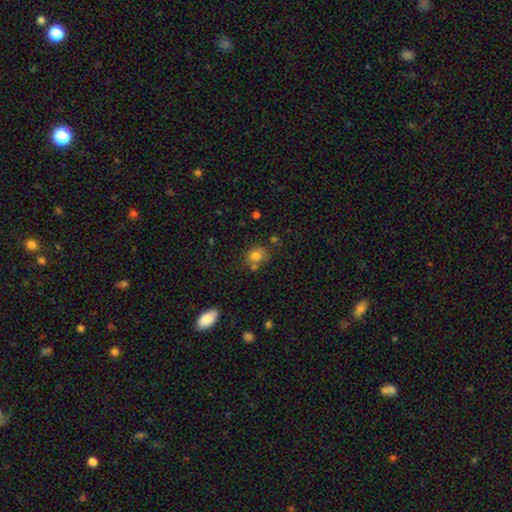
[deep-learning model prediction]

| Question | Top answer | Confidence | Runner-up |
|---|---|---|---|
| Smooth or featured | smooth | 79% | star or artifact (12%) |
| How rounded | round | 66% | in between (33%) |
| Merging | none | 60% | merger (20%) |